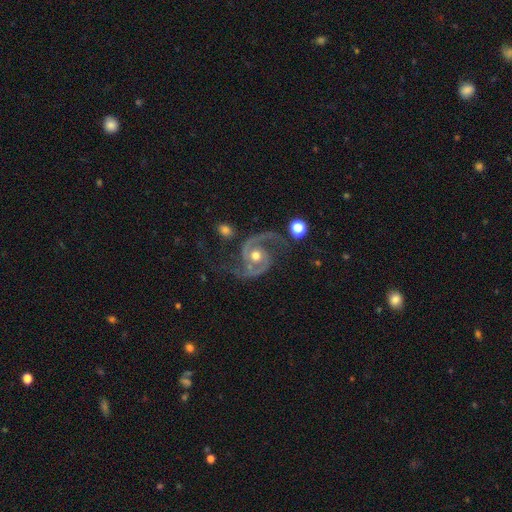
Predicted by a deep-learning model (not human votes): smooth-or-featured: featured or disk: 93% | star or artifact: 4% | smooth: 3%
  disk-edge-on: no: 98% | yes: 2%
    bar: no: 68% | weak: 24% | strong: 8%
    has-spiral-arms: yes: 98% | no: 2%
      spiral-winding: medium: 60% | loose: 24% | tight: 16%
      spiral-arm-count: 2: 94% | 1: 1% | can't tell: 1% | 3: 1% | 4: 1% | more than 4: 1%
    bulge-size: moderate: 77% | small: 13% | large: 7% | none: 1% | dominant: 1%
  merging: none: 68% | minor disturbance: 18% | major disturbance: 11% | merger: 4%